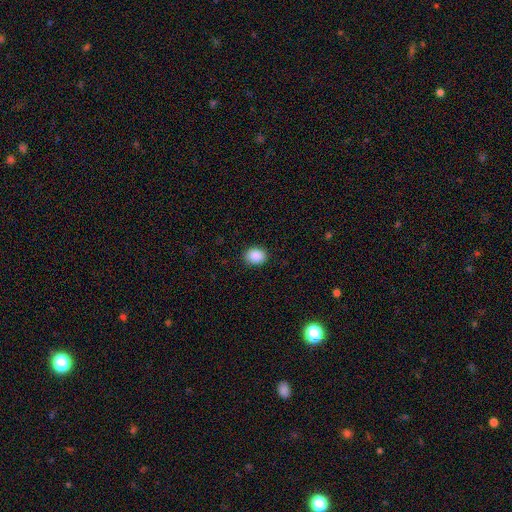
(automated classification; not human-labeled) Smooth or featured: smooth — 89% (star or artifact — 8%)
How rounded: in between — 52% (round — 47%)
Merging: none — 90% (minor disturbance — 7%)